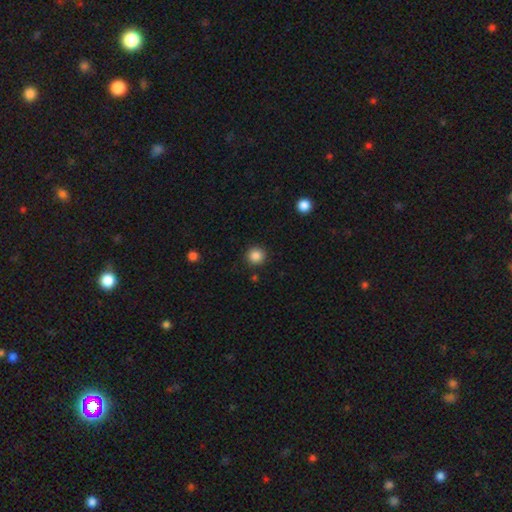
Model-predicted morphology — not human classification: Smooth or featured?
  - smooth: 86% *
  - star or artifact: 10%
  - featured or disk: 3%
How rounded?
  - round: 94% *
  - in between: 5%
  - cigar-shaped: 1%
Merging?
  - none: 91% *
  - minor disturbance: 6%
  - major disturbance: 2%
  - merger: 1%